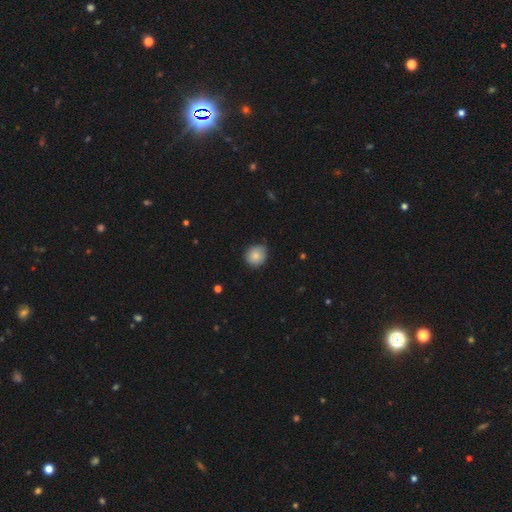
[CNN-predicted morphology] A smooth galaxy with no disk features (82%) that is round (84%).

Vote fractions:
- Smooth or featured? smooth: 82% / featured or disk: 9% / star or artifact: 8%
- How rounded? round: 84% / in between: 15% / cigar-shaped: 1%
- Merging? none: 73% / minor disturbance: 23% / major disturbance: 3% / merger: 1%